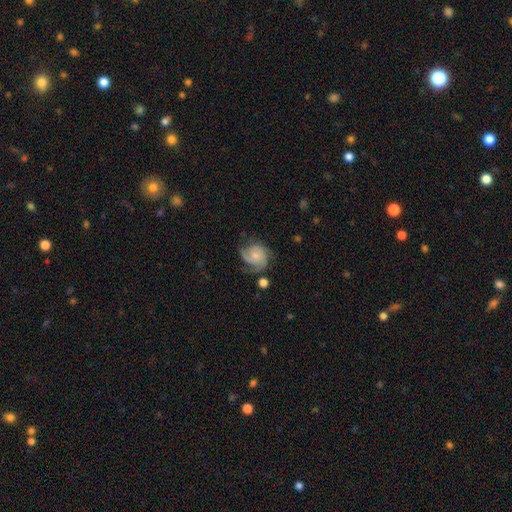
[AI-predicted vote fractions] Smooth or featured: featured or disk — 74% (smooth — 19%)
Edge-on disk: no — 98% (yes — 2%)
Bar: no — 74% (weak — 23%)
Spiral arms: yes — 94% (no — 6%)
Spiral winding: tight — 44% (medium — 40%)
Spiral arm count: 2 — 34% (3 — 31%)
Bulge size: small — 59% (moderate — 32%)
Merging: none — 57% (minor disturbance — 24%)